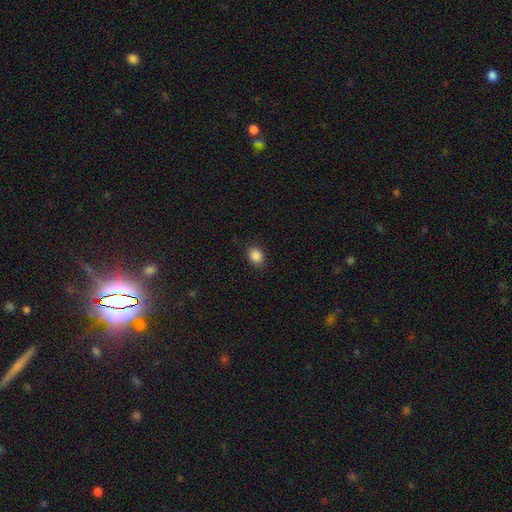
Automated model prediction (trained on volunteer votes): This is clearly a smooth galaxy (88%). How rounded: possibly in between (57%). Merging: clearly none (88%).